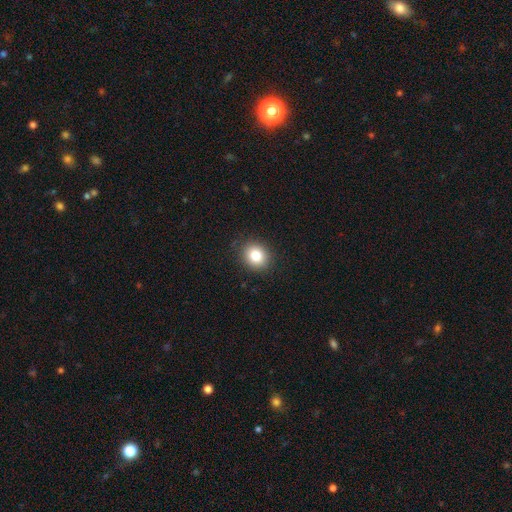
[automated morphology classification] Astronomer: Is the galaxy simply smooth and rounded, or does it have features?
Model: smooth — 82%.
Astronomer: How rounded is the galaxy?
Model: round — 72%.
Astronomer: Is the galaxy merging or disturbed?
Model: none — 89%.